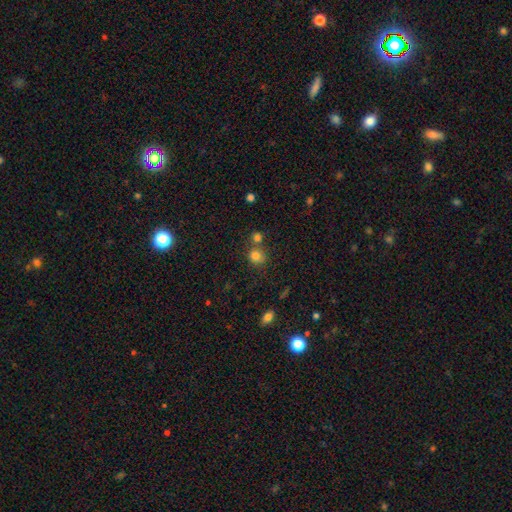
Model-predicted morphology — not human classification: Smooth or featured? smooth (80%)
How rounded? round (84%)
Merging? none (62%)